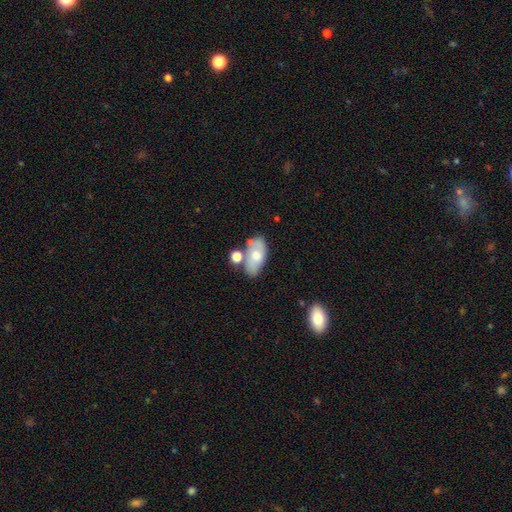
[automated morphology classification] Smooth or featured?
  - smooth: 63% *
  - featured or disk: 30%
  - star or artifact: 7%
How rounded?
  - in between: 91% *
  - round: 6%
  - cigar-shaped: 4%
Merging?
  - none: 54% *
  - merger: 20%
  - minor disturbance: 19%
  - major disturbance: 6%